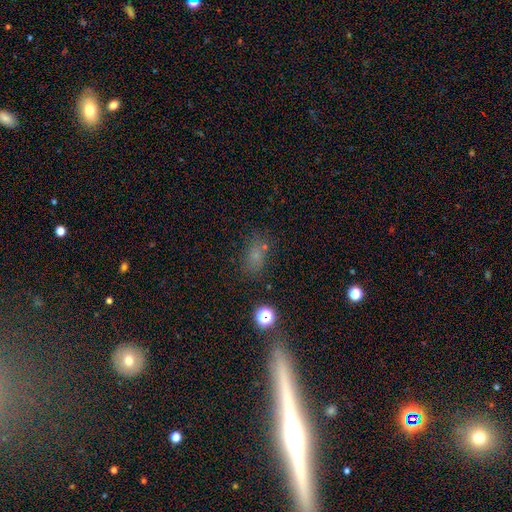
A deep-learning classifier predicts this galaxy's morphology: Smooth or featured: smooth — 62% (star or artifact — 28%)
How rounded: in between — 73% (round — 23%)
Merging: none — 67% (minor disturbance — 16%)